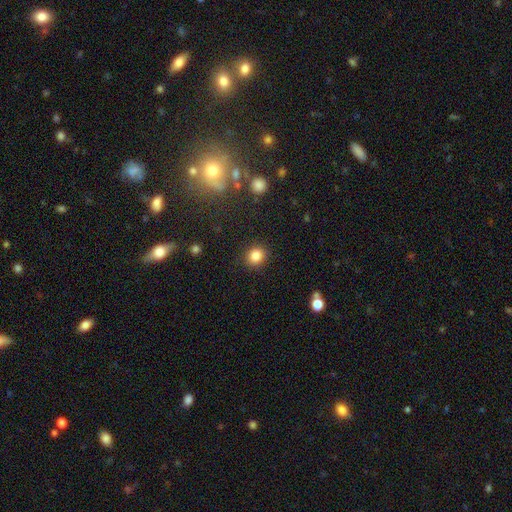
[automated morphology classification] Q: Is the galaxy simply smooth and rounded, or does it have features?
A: smooth — 84%.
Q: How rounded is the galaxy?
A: round — 79%.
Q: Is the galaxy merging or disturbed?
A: none — 89%.